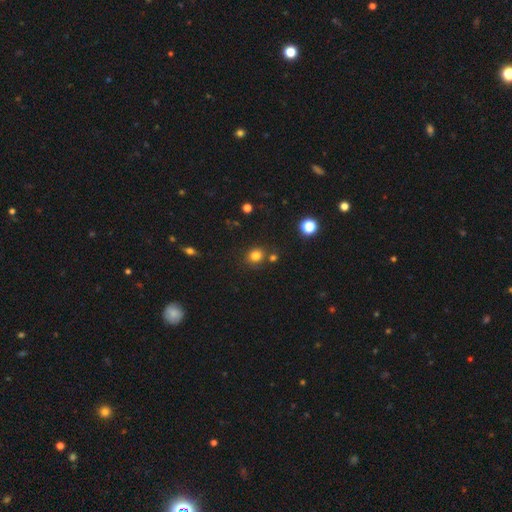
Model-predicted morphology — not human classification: smooth-or-featured: smooth: 80% | star or artifact: 14% | featured or disk: 6%
  how-rounded: round: 77% | in between: 22% | cigar-shaped: 1%
  merging: none: 79% | minor disturbance: 10% | merger: 8% | major disturbance: 3%